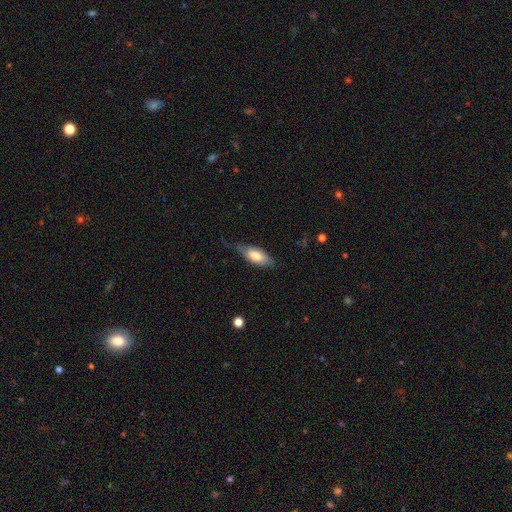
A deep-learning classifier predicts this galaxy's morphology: The model was most divided on "merging": none: 52%, minor disturbance: 34%, major disturbance: 12%, merger: 2%. More confident: how rounded — in between (78%); smooth or featured — smooth (70%).